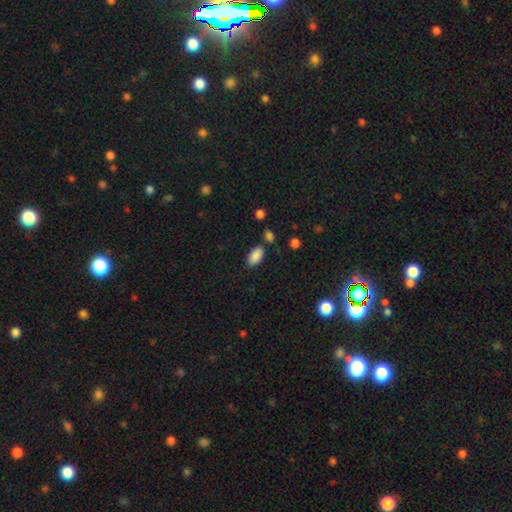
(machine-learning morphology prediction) Q: Smooth or featured?
A: smooth (88%); runner-up: star or artifact (8%)
Q: How rounded?
A: in between (94%); runner-up: round (4%)
Q: Merging?
A: none (76%); runner-up: minor disturbance (14%)